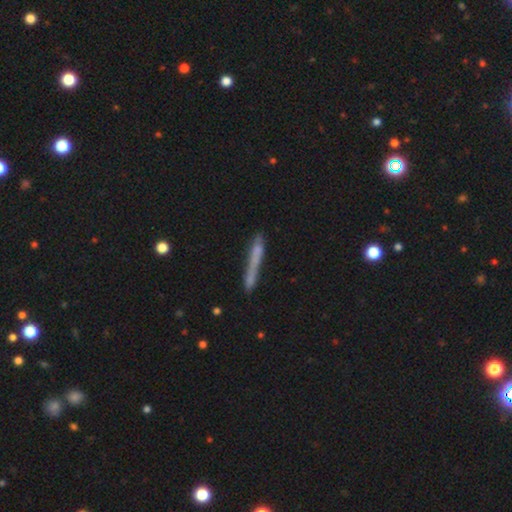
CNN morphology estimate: Smooth or featured? smooth (58%)
How rounded? cigar-shaped (92%)
Merging? none (53%)